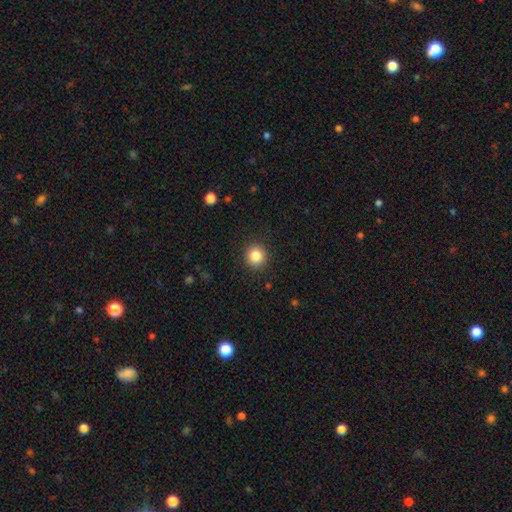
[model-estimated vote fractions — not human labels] Overall: smooth (84%). How rounded: round (91%). Merging: none (91%).